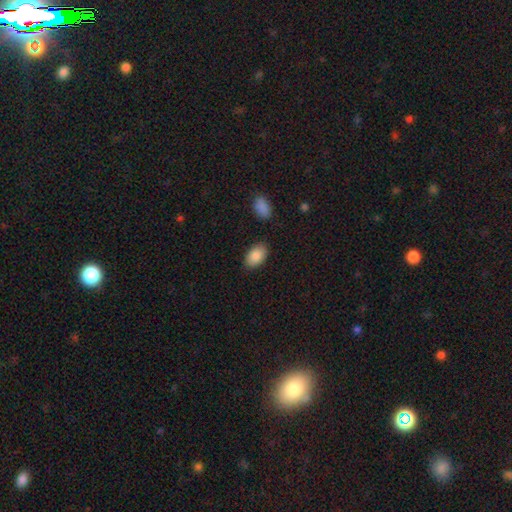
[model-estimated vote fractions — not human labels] Q: Smooth or featured?
A: smooth (87%); runner-up: featured or disk (7%)
Q: How rounded?
A: in between (92%); runner-up: round (7%)
Q: Merging?
A: none (84%); runner-up: minor disturbance (11%)